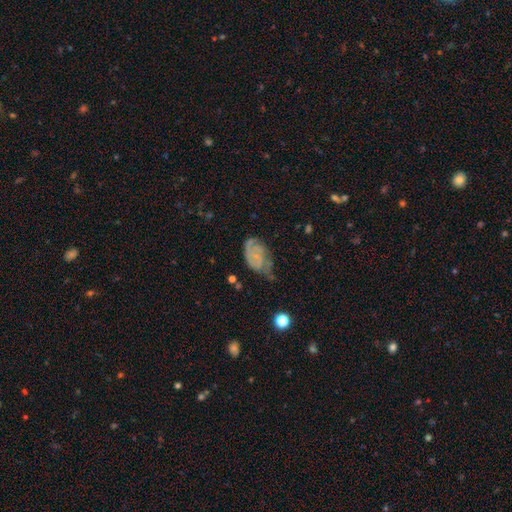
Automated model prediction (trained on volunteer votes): Smooth or featured: featured or disk — 53% (smooth — 36%)
Edge-on disk: no — 97% (yes — 3%)
Bar: no — 75% (weak — 20%)
Spiral arms: yes — 70% (no — 30%)
Bulge size: none — 53% (small — 35%)
Merging: none — 39% (minor disturbance — 35%)